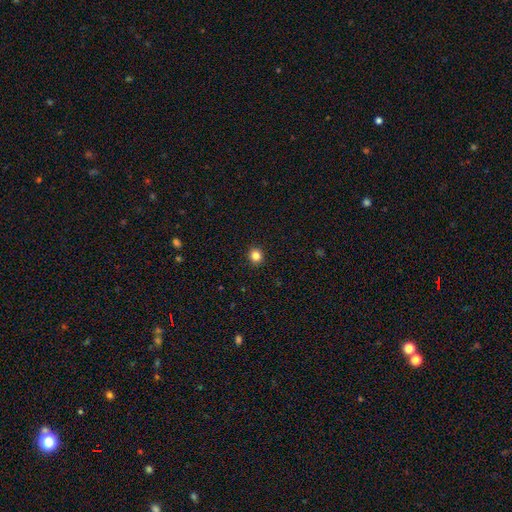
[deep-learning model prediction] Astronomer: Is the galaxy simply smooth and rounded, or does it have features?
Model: smooth — 84%.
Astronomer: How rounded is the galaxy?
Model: round — 88%.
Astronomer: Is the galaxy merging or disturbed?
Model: none — 93%.